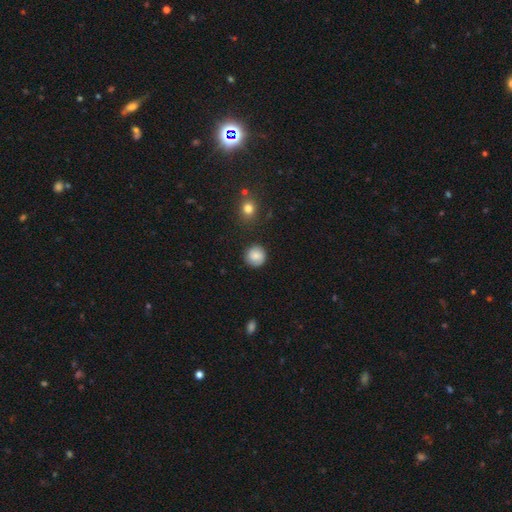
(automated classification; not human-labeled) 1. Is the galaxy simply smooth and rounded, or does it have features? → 84% smooth, 8% star or artifact, 8% featured or disk.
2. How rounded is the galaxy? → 93% round, 6% in between, 1% cigar-shaped.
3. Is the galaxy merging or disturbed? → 87% none, 9% minor disturbance, 3% major disturbance, 2% merger.